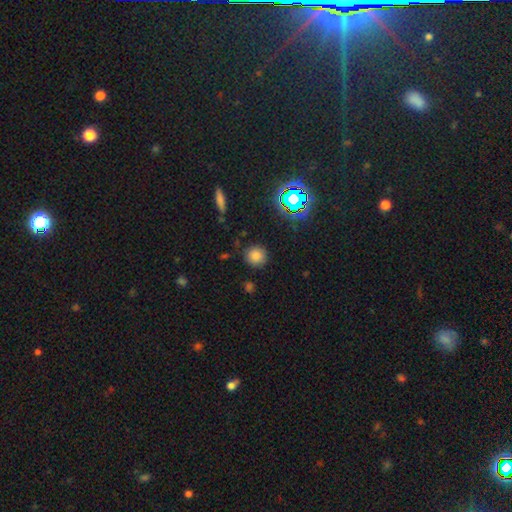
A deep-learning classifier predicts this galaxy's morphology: Overall: smooth (77%). How rounded: round (92%). Merging: none (85%).